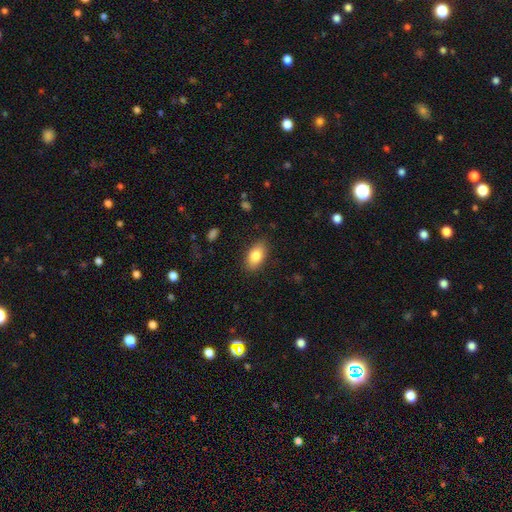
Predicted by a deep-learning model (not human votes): Smooth or featured?
  - smooth: 83% *
  - featured or disk: 10%
  - star or artifact: 7%
How rounded?
  - in between: 92% *
  - round: 5%
  - cigar-shaped: 3%
Merging?
  - none: 87% *
  - minor disturbance: 10%
  - major disturbance: 3%
  - merger: 1%